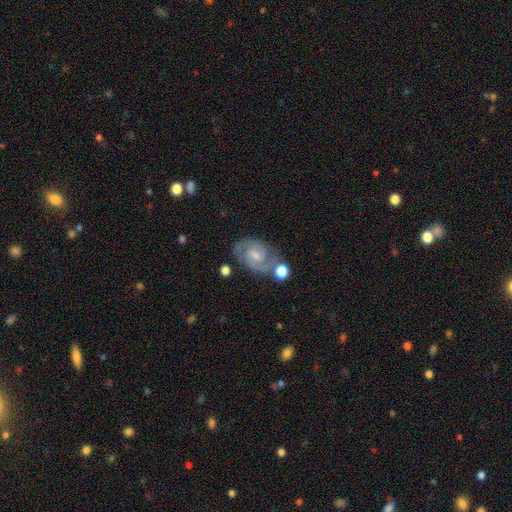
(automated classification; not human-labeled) Smooth or featured? featured or disk (86%)
Edge-on disk? no (97%)
Bar? weak (52%)
Spiral arms? yes (97%)
Spiral winding? medium (47%)
Spiral arm count? 2 (88%)
Bulge size? small (57%)
Merging? none (73%)